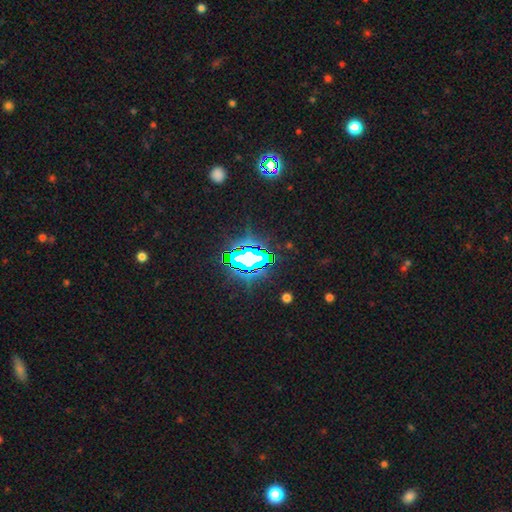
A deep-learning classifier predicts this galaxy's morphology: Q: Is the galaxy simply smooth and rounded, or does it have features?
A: star or artifact — 79%.